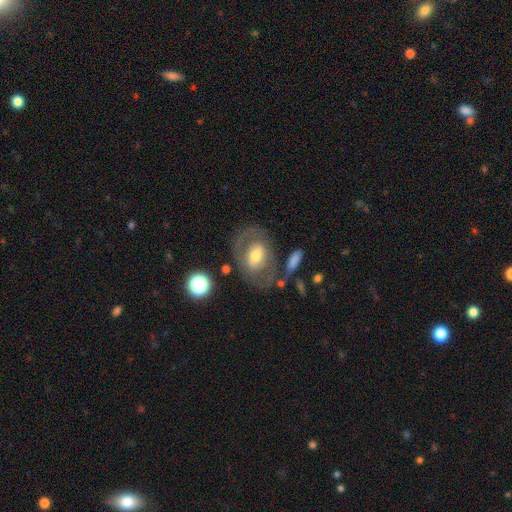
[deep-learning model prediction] The model was most divided on "bar": no: 45%, weak: 34%, strong: 22%. More confident: edge-on disk — no (93%); merging — none (65%); spiral arms — no (62%); bulge size — moderate (61%); smooth or featured — featured or disk (56%).